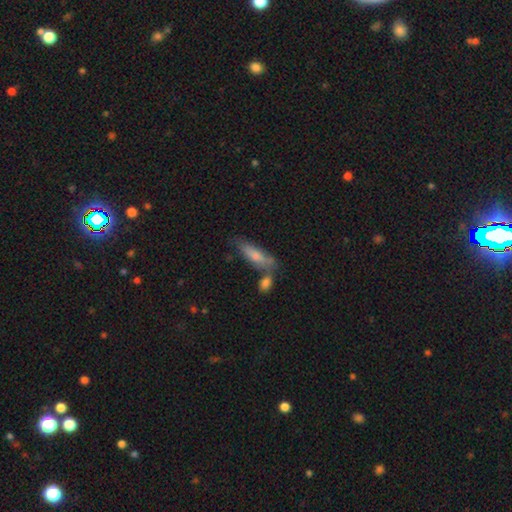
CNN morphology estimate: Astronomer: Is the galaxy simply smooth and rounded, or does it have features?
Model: smooth — 70%.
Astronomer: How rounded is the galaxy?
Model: cigar-shaped — 58% (runner-up: in between, 40%).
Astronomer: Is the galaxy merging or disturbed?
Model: none — 55%.